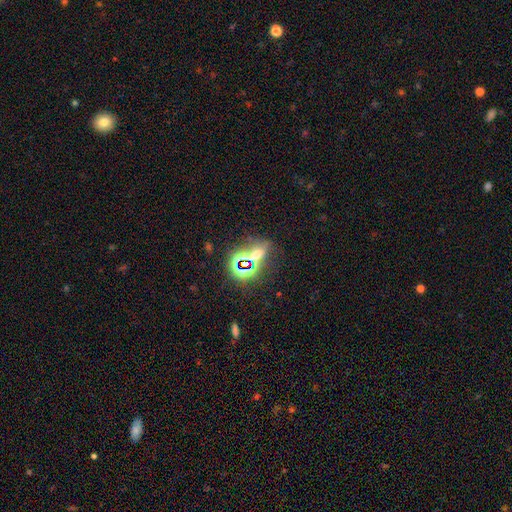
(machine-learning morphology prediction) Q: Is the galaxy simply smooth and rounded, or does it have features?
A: star or artifact — 55%.